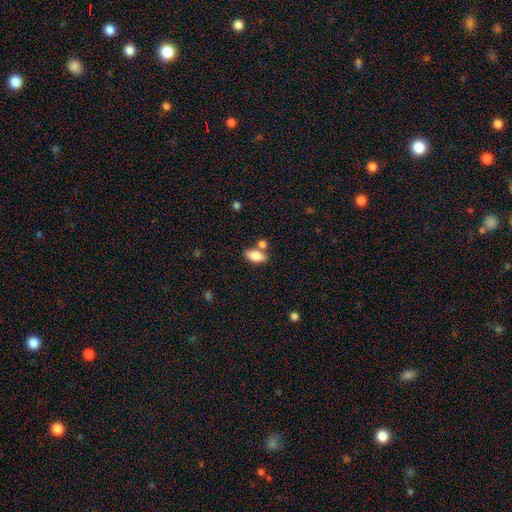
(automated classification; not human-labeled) Morphology: type=smooth (83%); roundness=in between (89%); merging=none (65%).